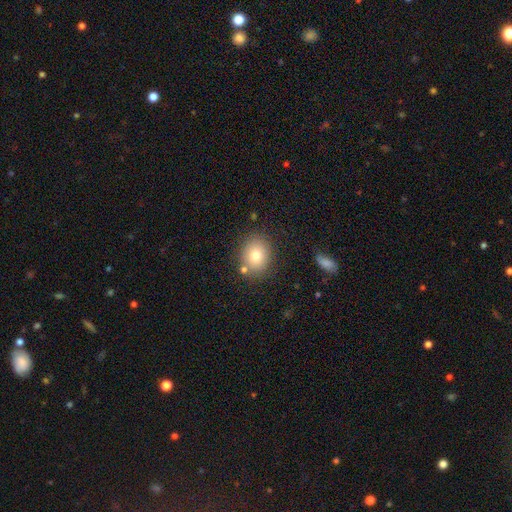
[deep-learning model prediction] This appears to be a smooth galaxy with no disk features (78%) that is round (57%). Merging: none (79%).